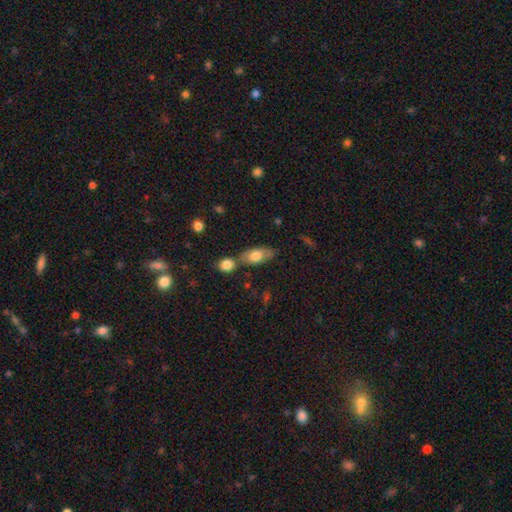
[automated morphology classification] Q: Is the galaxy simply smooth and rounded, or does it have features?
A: smooth — 72%.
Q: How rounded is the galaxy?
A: in between — 85%.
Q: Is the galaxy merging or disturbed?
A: none — 61%.